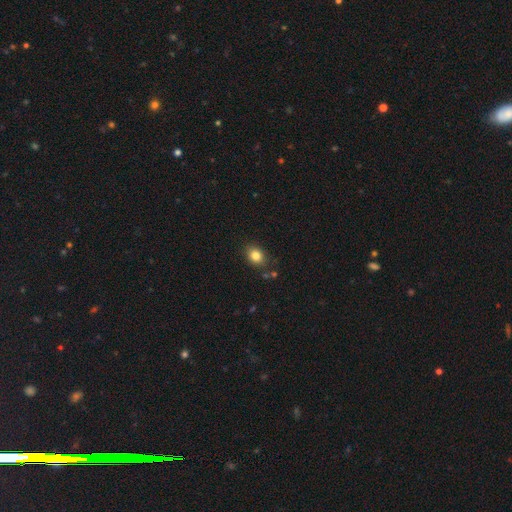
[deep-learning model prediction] smooth_or_featured: smooth (p=0.84) [alt: star or artifact p=0.10]
how_rounded: in between (p=0.51) [alt: round p=0.48]
merging: none (p=0.83) [alt: minor disturbance p=0.11]